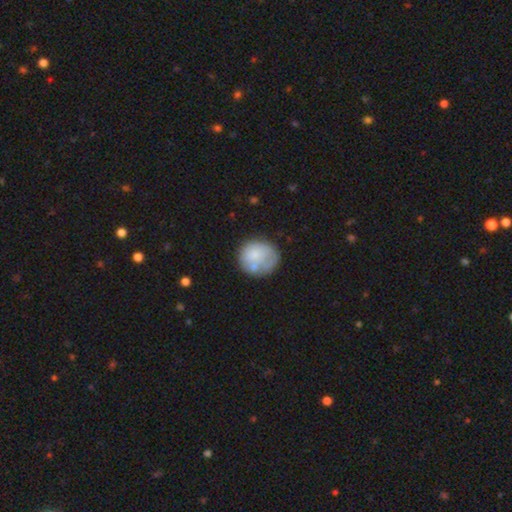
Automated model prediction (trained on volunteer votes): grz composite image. It shows a smooth galaxy with no disk features (62%) that is round (81%). Merging: none (55%).